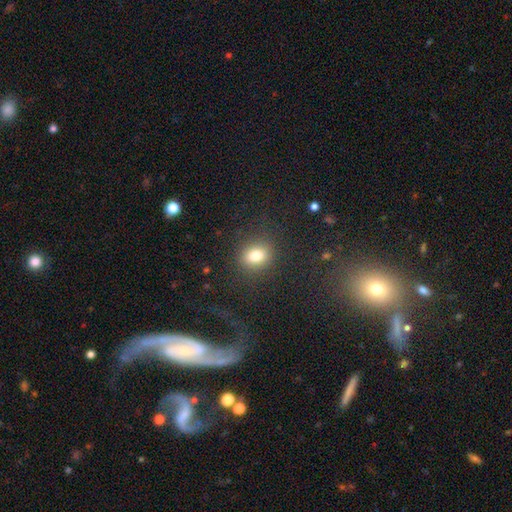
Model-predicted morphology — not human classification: smooth-or-featured: smooth: 80% | star or artifact: 12% | featured or disk: 8%
  how-rounded: round: 54% | in between: 44% | cigar-shaped: 2%
  merging: none: 83% | minor disturbance: 9% | major disturbance: 6% | merger: 2%